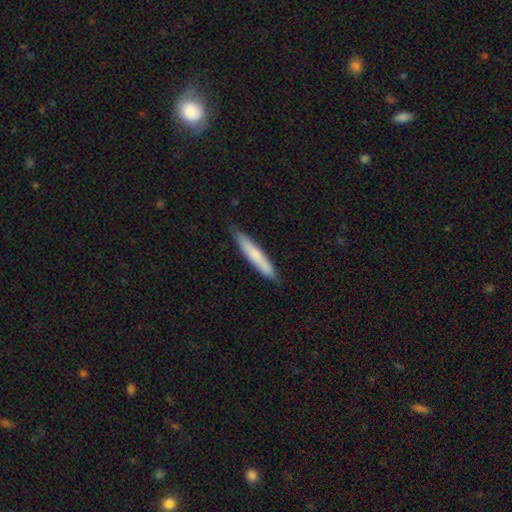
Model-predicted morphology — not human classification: smooth_or_featured: smooth (p=0.73) [alt: featured or disk p=0.21]
how_rounded: cigar-shaped (p=0.93) [alt: in between p=0.06]
merging: none (p=0.85) [alt: minor disturbance p=0.12]